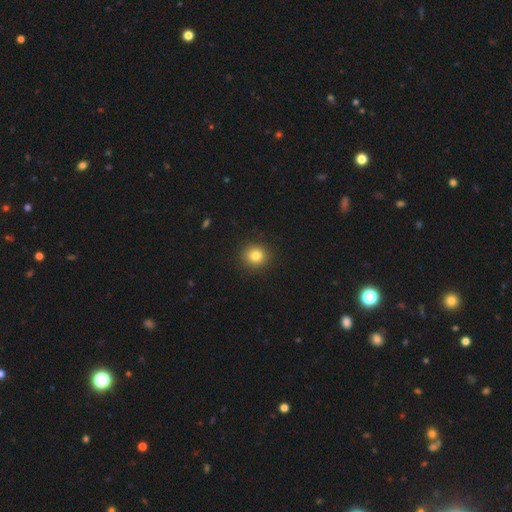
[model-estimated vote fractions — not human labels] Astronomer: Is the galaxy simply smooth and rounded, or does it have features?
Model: smooth — 82%.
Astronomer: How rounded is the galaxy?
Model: round — 91%.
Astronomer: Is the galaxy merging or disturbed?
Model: none — 92%.